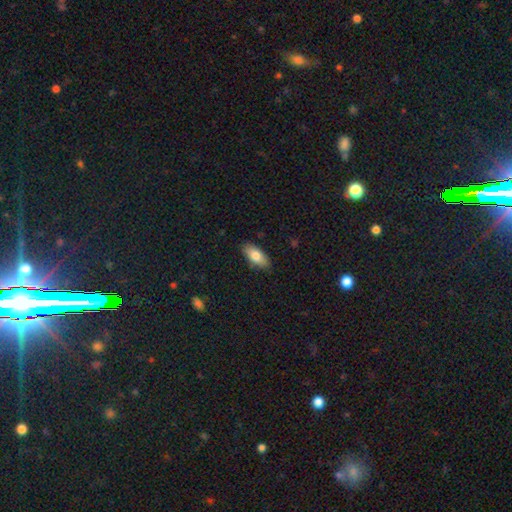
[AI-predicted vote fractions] Q: Smooth or featured?
A: smooth (79%); runner-up: featured or disk (14%)
Q: How rounded?
A: in between (87%); runner-up: cigar-shaped (11%)
Q: Merging?
A: none (86%); runner-up: minor disturbance (11%)